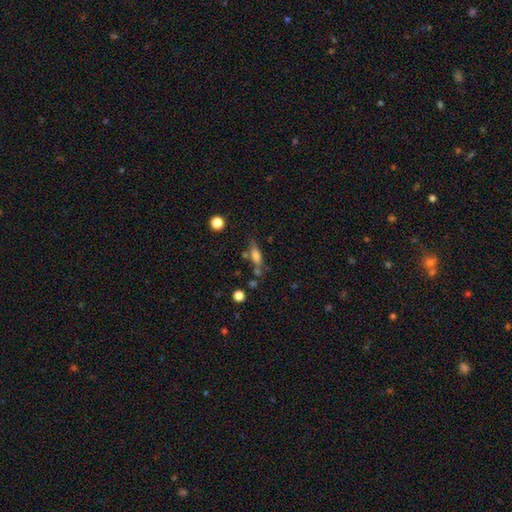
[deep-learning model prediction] smooth 63%, featured or disk 27%, star or artifact 10%. Down the decision tree: how rounded — in between (52%); merging — none (59%).